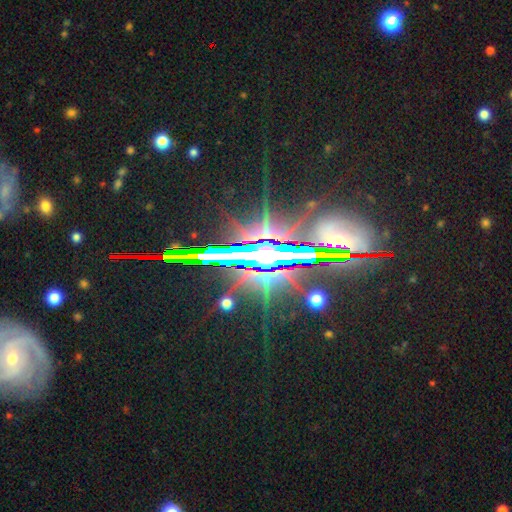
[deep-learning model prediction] A star or artifact, not a galaxy (55%).